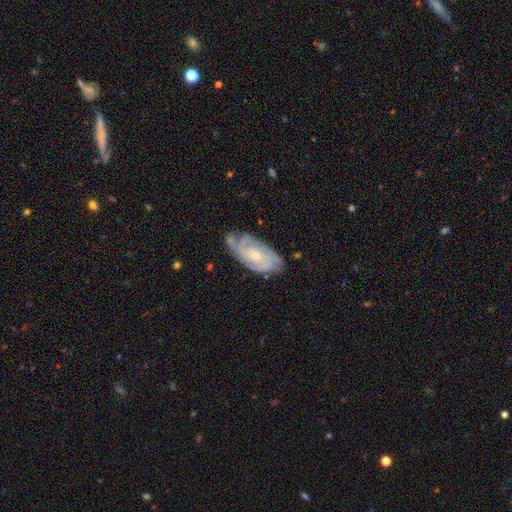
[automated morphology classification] type=featured or disk (81%); edge-on=no (95%); bar=no (71%); spiral arms=yes (94%); winding=tight (66%); arm count=can't tell (31%); bulge=small (66%); merging=none (66%).